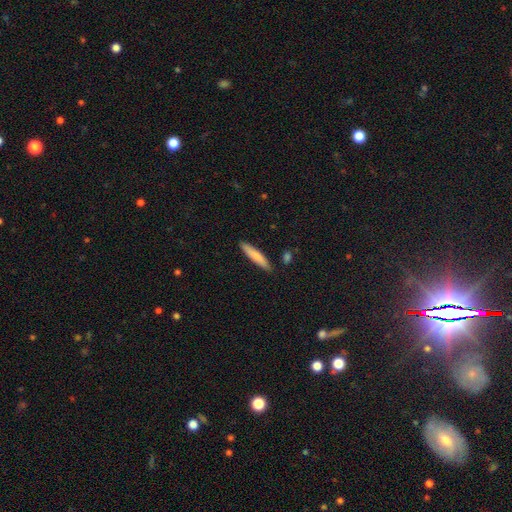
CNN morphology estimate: type=smooth (79%); roundness=cigar-shaped (87%); merging=none (87%).